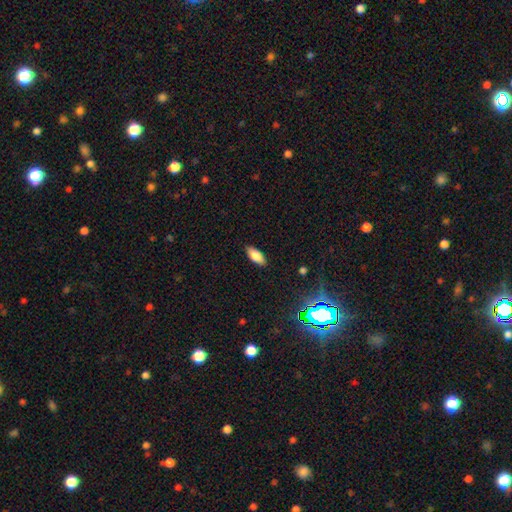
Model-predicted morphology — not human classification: The model was most divided on "smooth or featured": smooth: 81%, featured or disk: 11%, star or artifact: 9%. More confident: merging — none (87%); how rounded — in between (86%).